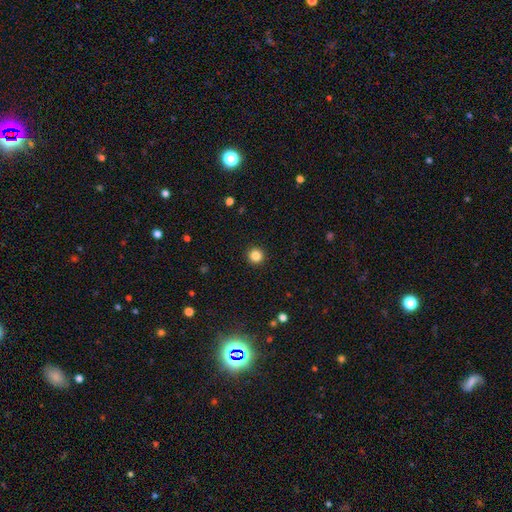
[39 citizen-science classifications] Morphology: type=smooth (87%); roundness=round (97%); merging=none (94%).